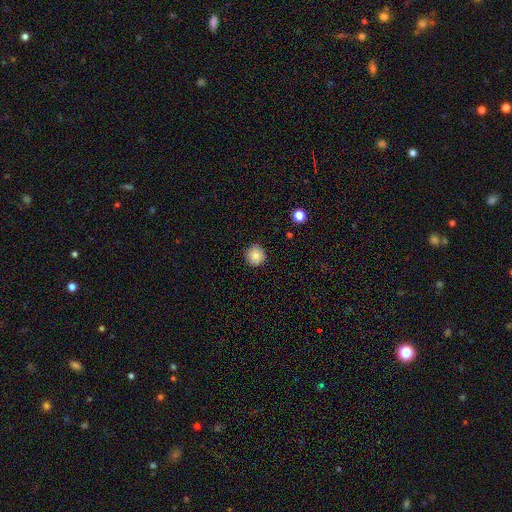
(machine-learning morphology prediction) Smooth or featured: smooth — 83% (star or artifact — 9%)
How rounded: round — 95% (in between — 4%)
Merging: none — 91% (minor disturbance — 6%)